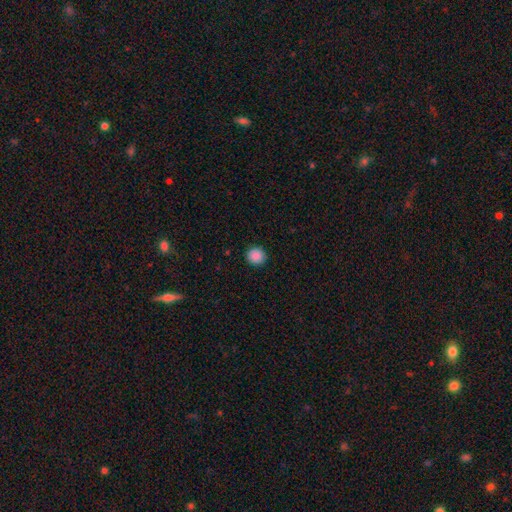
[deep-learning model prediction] Overall: smooth (89%). How rounded: round (94%). Merging: none (92%).